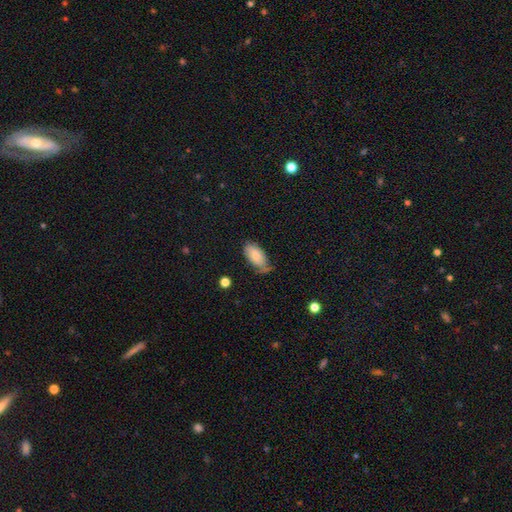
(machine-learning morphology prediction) This appears to be a smooth galaxy with no disk features (77%) that is in between round and cigar-shaped (93%). Merging: none (48%).